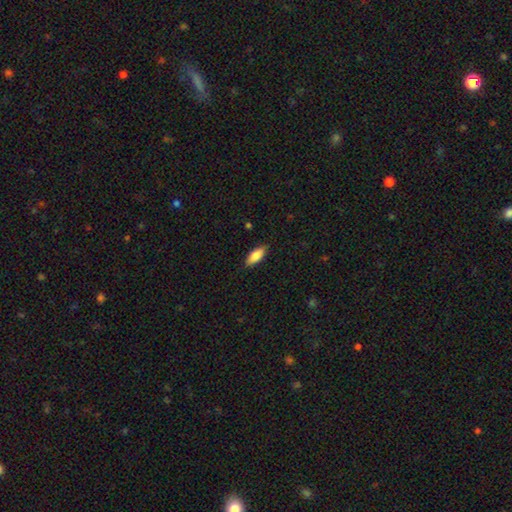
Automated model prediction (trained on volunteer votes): Smooth or featured: smooth — 83% (featured or disk — 11%)
How rounded: in between — 79% (cigar-shaped — 19%)
Merging: none — 84% (minor disturbance — 12%)